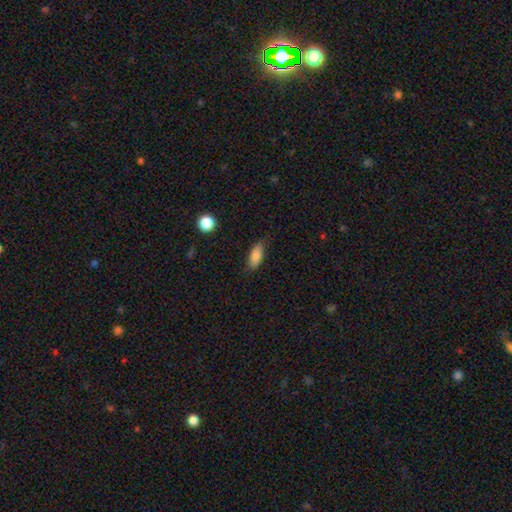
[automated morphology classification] A smooth galaxy with no disk features (82%) that is in between round and cigar-shaped (79%).

Vote fractions:
- Smooth or featured? smooth: 82% / featured or disk: 10% / star or artifact: 7%
- How rounded? in between: 79% / cigar-shaped: 18% / round: 3%
- Merging? none: 74% / minor disturbance: 21% / major disturbance: 4% / merger: 1%